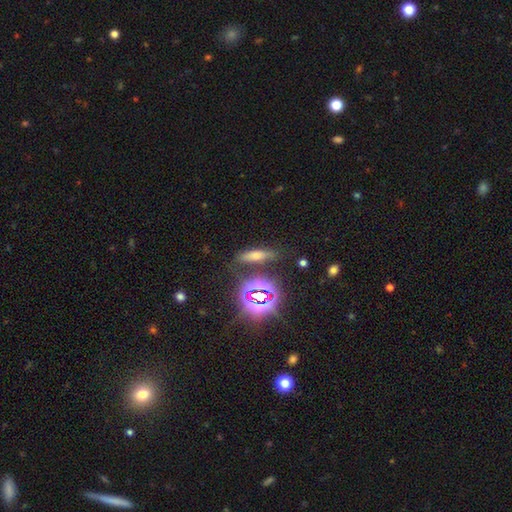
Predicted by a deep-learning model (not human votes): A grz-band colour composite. It shows a smooth galaxy with no disk features (59%) that is cigar-shaped (60%). Merging: none (76%).